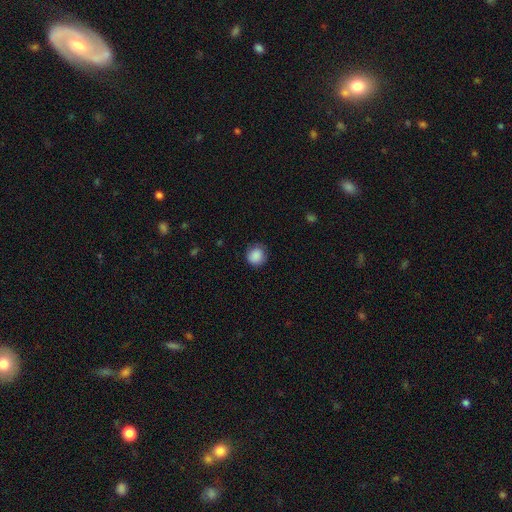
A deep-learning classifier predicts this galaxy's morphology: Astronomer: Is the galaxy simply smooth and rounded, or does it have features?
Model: smooth — 88%.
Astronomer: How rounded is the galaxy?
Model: round — 91%.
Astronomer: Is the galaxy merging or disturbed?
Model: none — 81%.